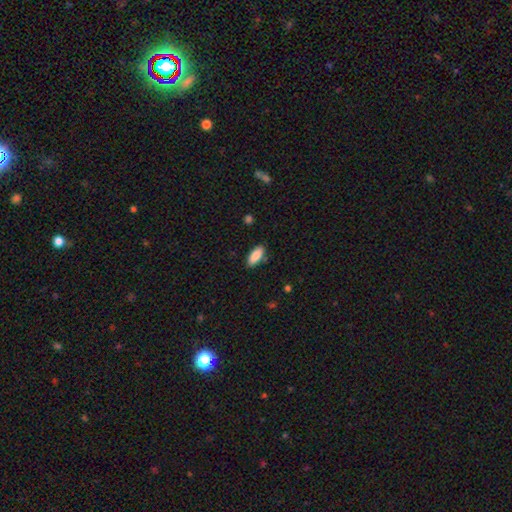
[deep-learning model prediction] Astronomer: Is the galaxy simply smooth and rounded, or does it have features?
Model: smooth — 88%.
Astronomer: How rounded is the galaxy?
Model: in between — 84%.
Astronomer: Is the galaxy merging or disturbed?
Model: none — 85%.